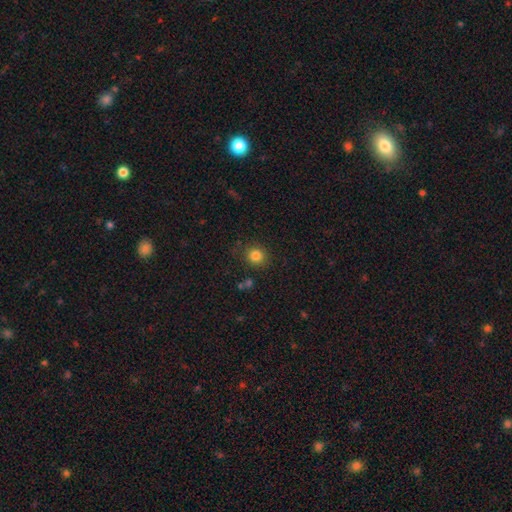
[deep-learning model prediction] This appears to be a smooth galaxy with no disk features (83%) that is round (89%). Merging: none (86%).